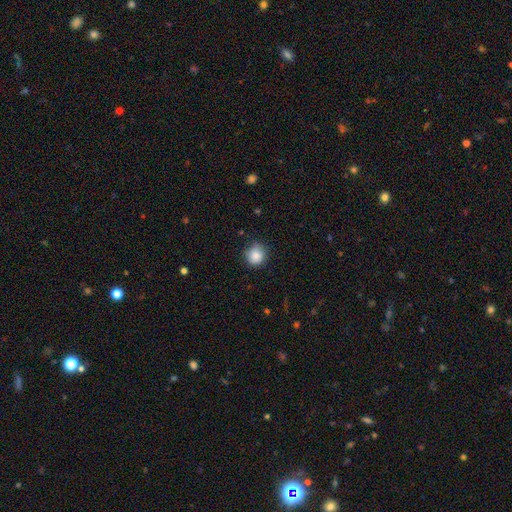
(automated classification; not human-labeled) smooth 86%, star or artifact 9%, featured or disk 5%. Down the decision tree: how rounded — round (89%); merging — none (74%).